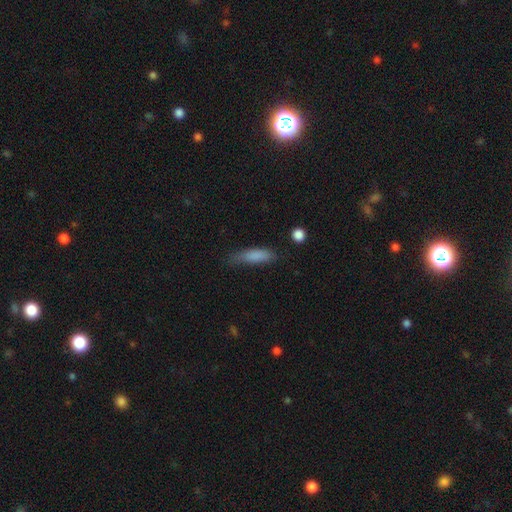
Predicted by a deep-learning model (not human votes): The model was most divided on "how rounded": cigar-shaped: 56%, in between: 42%, round: 2%. More confident: smooth or featured — smooth (82%); merging — none (58%).